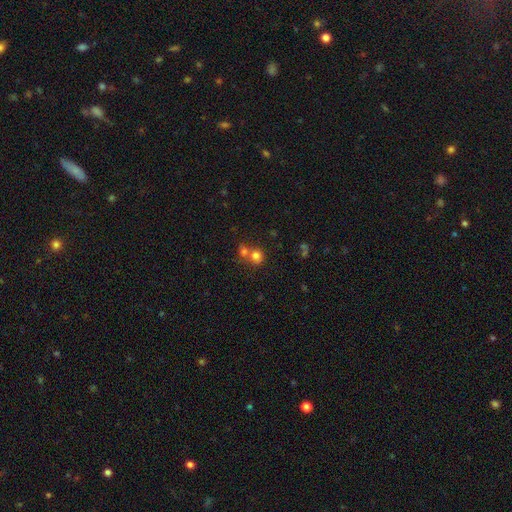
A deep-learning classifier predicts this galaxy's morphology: This appears to be a smooth galaxy with no disk features (76%) that is round (83%). Merging: none (45%).